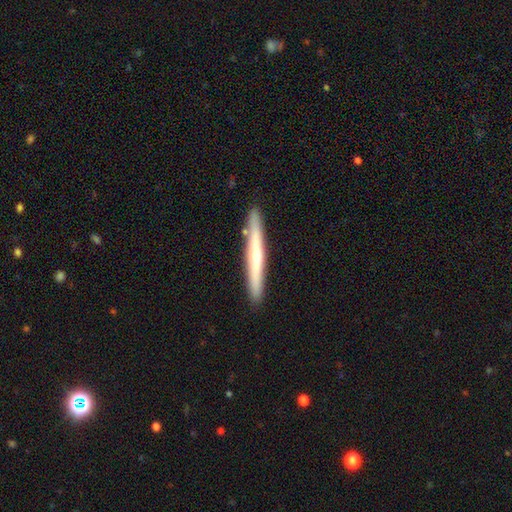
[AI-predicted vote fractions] Smooth or featured: featured or disk — 55% (smooth — 40%)
Edge-on disk: yes — 95% (no — 5%)
Edge-on bulge: rounded — 61% (none — 35%)
Merging: none — 90% (minor disturbance — 7%)